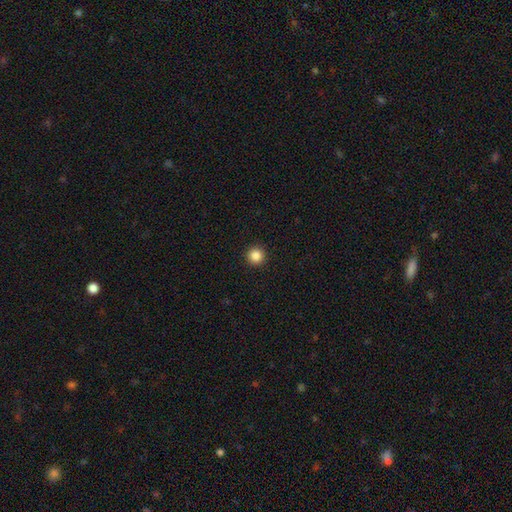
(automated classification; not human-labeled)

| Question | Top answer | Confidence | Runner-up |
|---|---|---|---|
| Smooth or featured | smooth | 86% | star or artifact (11%) |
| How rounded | round | 96% | in between (3%) |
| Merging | none | 93% | minor disturbance (4%) |